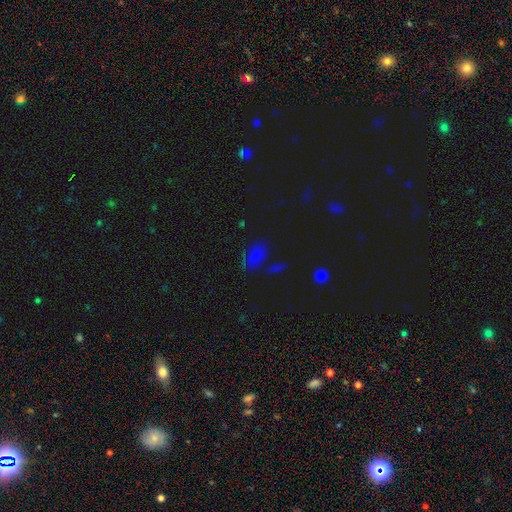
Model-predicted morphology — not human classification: Smooth or featured?
  - smooth: 59% *
  - star or artifact: 27%
  - featured or disk: 14%
How rounded?
  - in between: 75% *
  - round: 22%
  - cigar-shaped: 2%
Merging?
  - none: 62% *
  - minor disturbance: 21%
  - major disturbance: 10%
  - merger: 7%